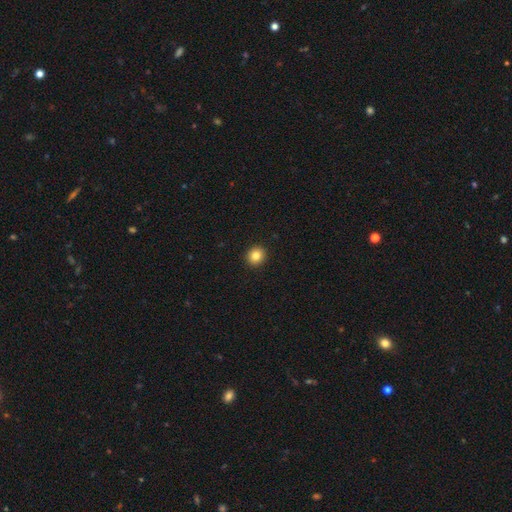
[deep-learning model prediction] smooth 84%, star or artifact 11%, featured or disk 6%. Down the decision tree: how rounded — round (89%); merging — none (93%).